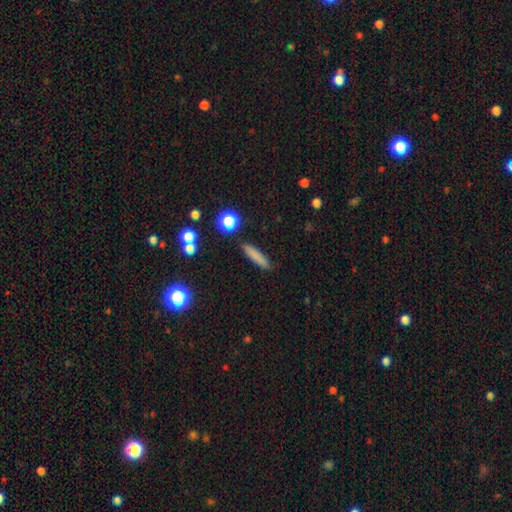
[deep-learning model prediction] smooth 80%, featured or disk 10%, star or artifact 9%. Down the decision tree: how rounded — cigar-shaped (86%); merging — none (88%).